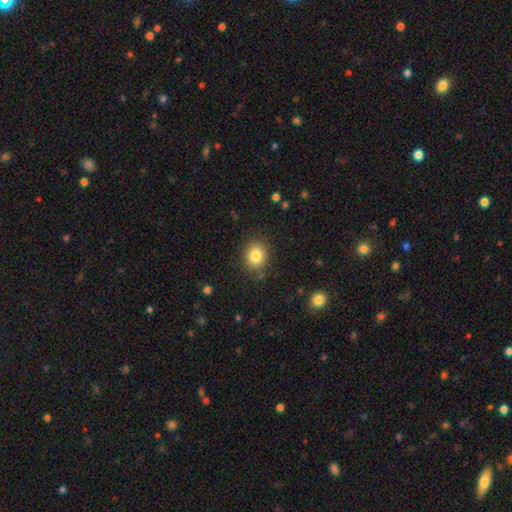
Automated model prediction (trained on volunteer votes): Q: Smooth or featured?
A: smooth (83%); runner-up: star or artifact (10%)
Q: How rounded?
A: round (60%); runner-up: in between (40%)
Q: Merging?
A: none (85%); runner-up: minor disturbance (11%)